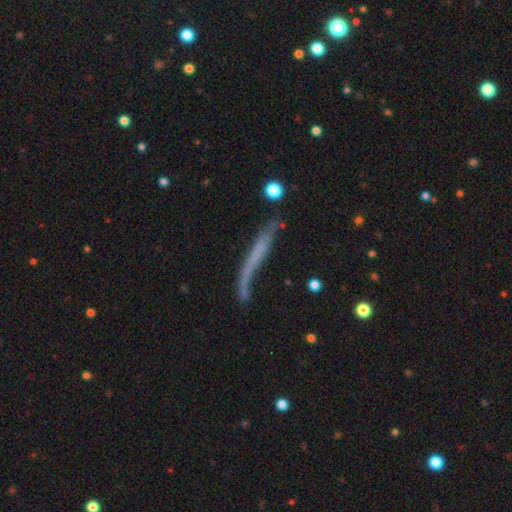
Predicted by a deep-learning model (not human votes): Smooth or featured? Predicted: smooth (p=0.46). Merging? Predicted: none (p=0.45).